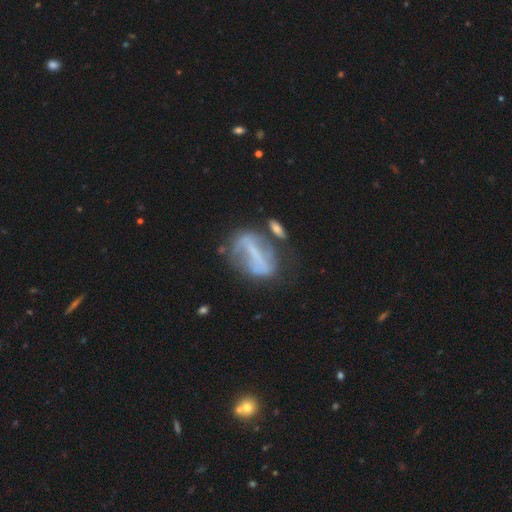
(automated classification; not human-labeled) Smooth or featured? Predicted: featured or disk (p=0.63). Edge-on disk? Predicted: no (p=0.91). Bar? Predicted: strong (p=0.57). Spiral arms? Predicted: no (p=0.55). Bulge size? Predicted: none (p=0.59). Merging? Predicted: none (p=0.38).